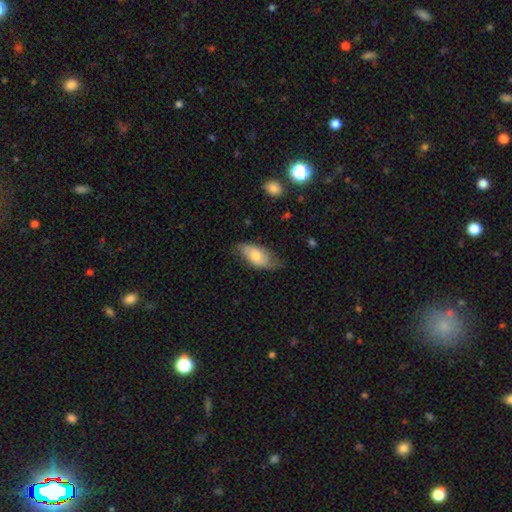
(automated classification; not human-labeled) Overall: smooth (63%; featured or disk 30%). How rounded: in between (90%). Merging: none (57%; minor disturbance 33%).